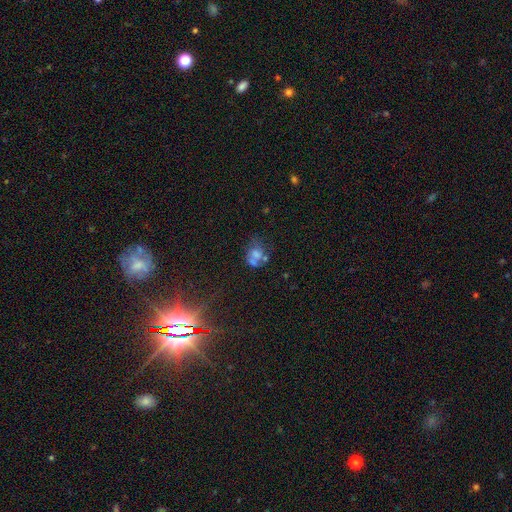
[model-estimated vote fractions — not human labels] smooth 46%, featured or disk 36%, star or artifact 18%. Down the decision tree: merging — none (31%).